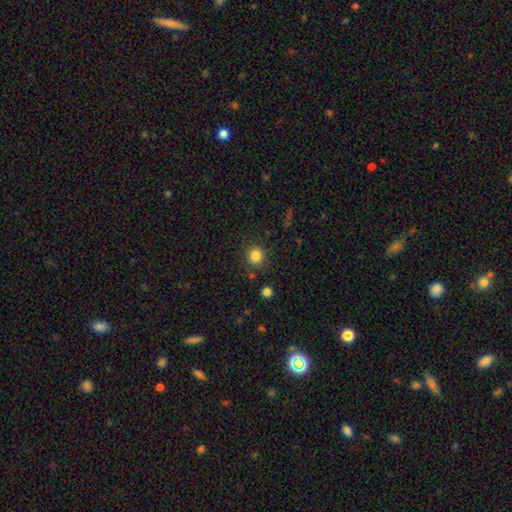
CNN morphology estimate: A smooth galaxy with no disk features (83%) that is round (83%).

Vote fractions:
- Smooth or featured? smooth: 83% / star or artifact: 12% / featured or disk: 5%
- How rounded? round: 83% / in between: 17% / cigar-shaped: 1%
- Merging? none: 84% / minor disturbance: 9% / merger: 3% / major disturbance: 3%